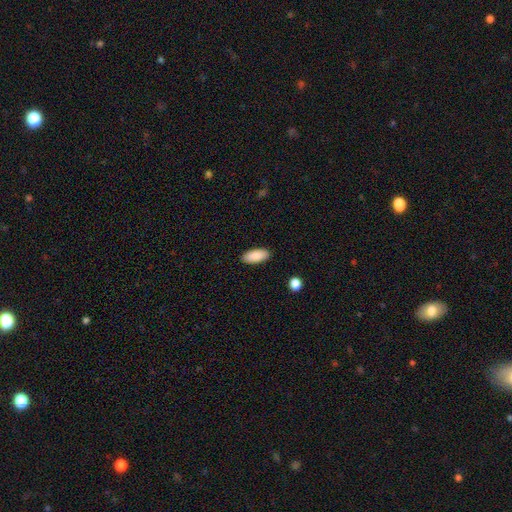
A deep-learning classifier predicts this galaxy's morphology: smooth 89%, star or artifact 6%, featured or disk 5%. Down the decision tree: how rounded — in between (89%); merging — none (89%).